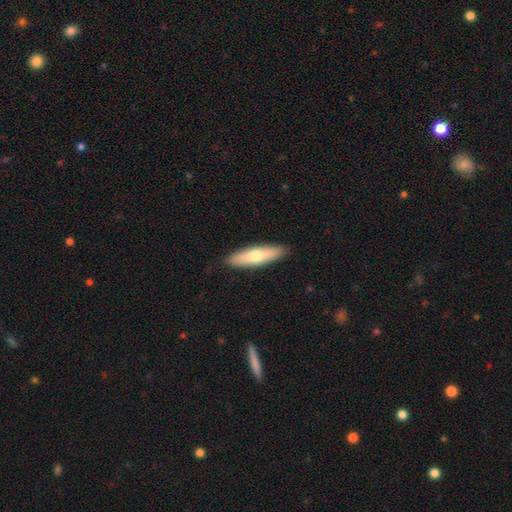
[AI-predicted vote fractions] smooth-or-featured: smooth: 64% | featured or disk: 31% | star or artifact: 5%
  how-rounded: cigar-shaped: 66% | in between: 32% | round: 2%
  merging: none: 90% | minor disturbance: 8% | major disturbance: 2% | merger: 1%